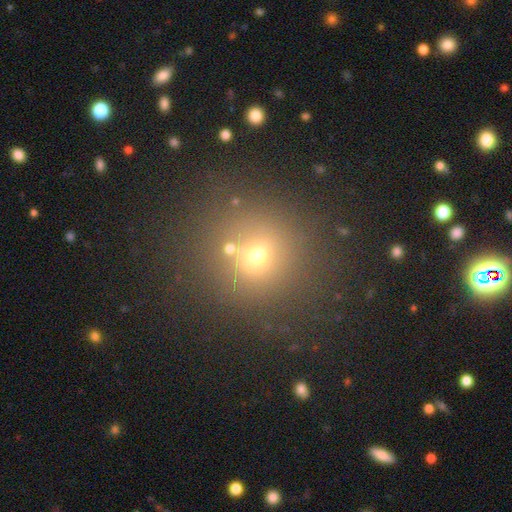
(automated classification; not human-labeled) smooth 62%, star or artifact 26%, featured or disk 11%. Down the decision tree: how rounded — round (89%); merging — none (76%).